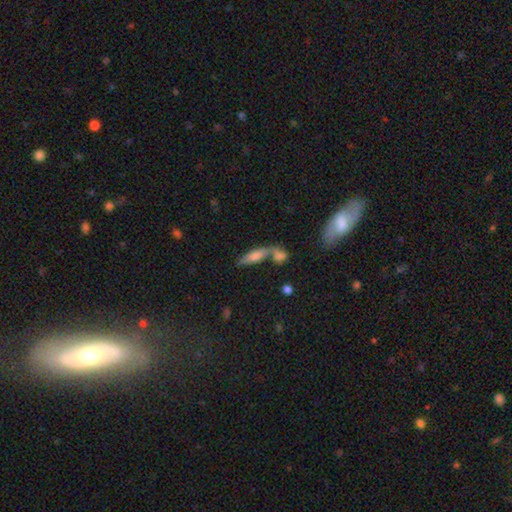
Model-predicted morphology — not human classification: Smooth or featured? Predicted: smooth (p=0.58). How rounded? Predicted: cigar-shaped (p=0.57). Merging? Predicted: merger (p=0.43).